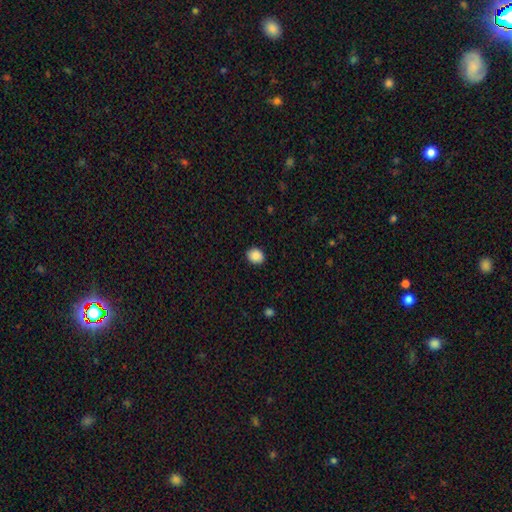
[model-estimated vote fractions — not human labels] A smooth galaxy with no disk features (89%) that is round (66%). Merging: none (90%).